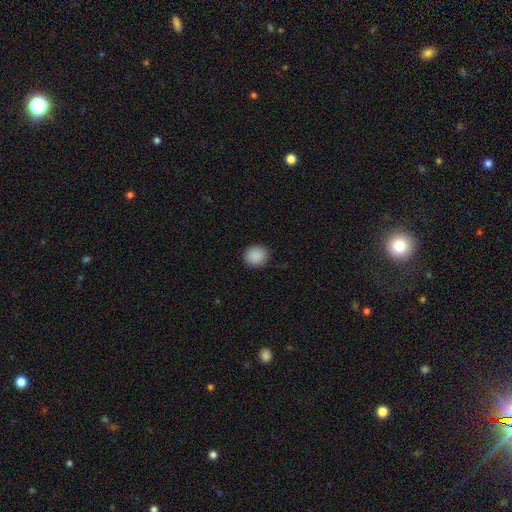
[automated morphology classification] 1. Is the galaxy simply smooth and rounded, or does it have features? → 90% smooth, 8% star or artifact, 2% featured or disk.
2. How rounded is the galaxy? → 83% round, 16% in between, 1% cigar-shaped.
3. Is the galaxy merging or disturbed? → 89% none, 8% minor disturbance, 2% major disturbance, 1% merger.